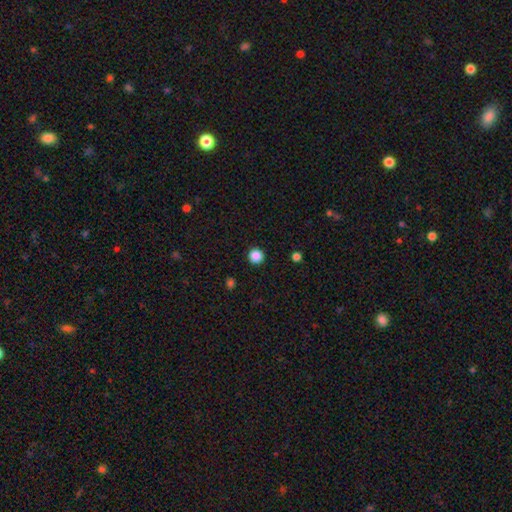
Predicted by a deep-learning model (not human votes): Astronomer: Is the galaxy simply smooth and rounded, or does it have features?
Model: smooth — 87%.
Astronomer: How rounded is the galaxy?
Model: round — 96%.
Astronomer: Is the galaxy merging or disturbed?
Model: none — 93%.